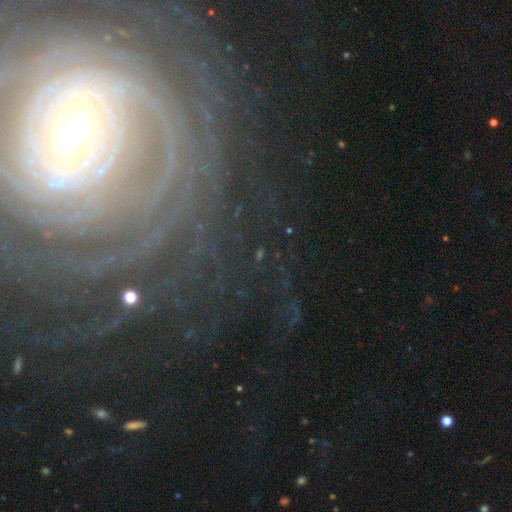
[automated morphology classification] This appears to be a featured or disk galaxy (81%) with no bar (42%), tight (84%) spiral arms (90%) and a moderate central bulge (55%). Merging: none (78%).